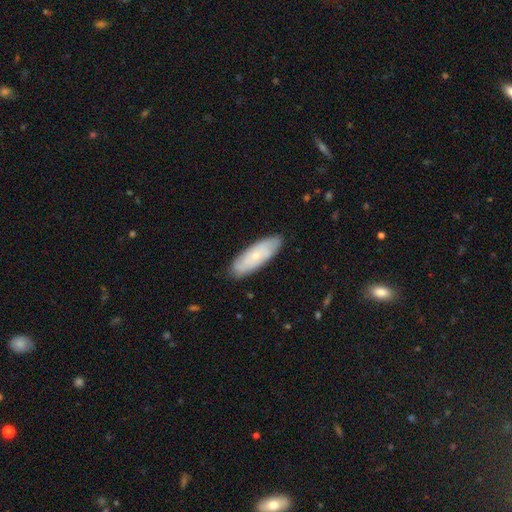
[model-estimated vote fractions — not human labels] smooth_or_featured: smooth (p=0.50) [alt: featured or disk p=0.43]
how_rounded: in between (p=0.62) [alt: cigar-shaped p=0.36]
merging: none (p=0.86) [alt: minor disturbance p=0.11]